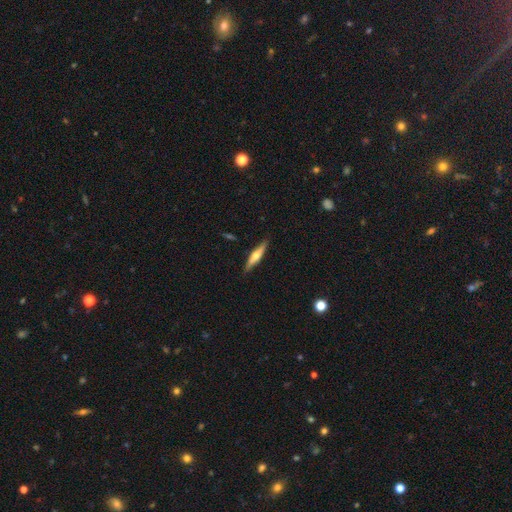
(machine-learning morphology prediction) Smooth or featured?
  - featured or disk: 56% *
  - smooth: 38%
  - star or artifact: 6%
Edge-on disk?
  - yes: 94% *
  - no: 6%
Edge-on bulge?
  - rounded: 90% *
  - none: 5%
  - boxy: 5%
Merging?
  - none: 88% *
  - minor disturbance: 9%
  - major disturbance: 2%
  - merger: 1%